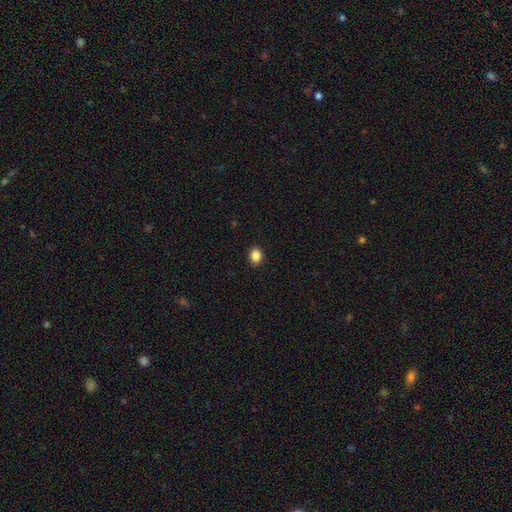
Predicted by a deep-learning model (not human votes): Smooth or featured? smooth (87%)
How rounded? round (52%)
Merging? none (92%)